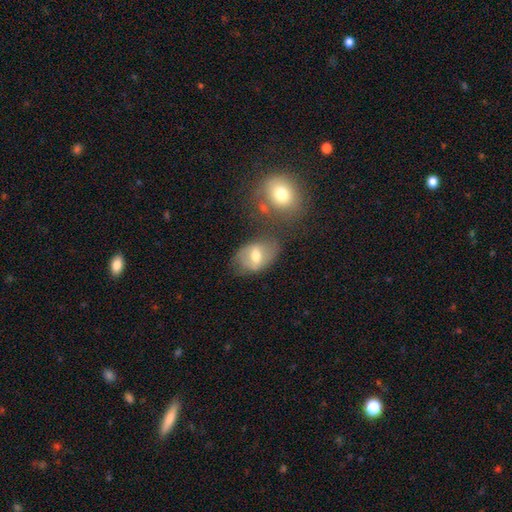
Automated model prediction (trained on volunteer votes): Q: Smooth or featured?
A: smooth (51%); runner-up: featured or disk (40%)
Q: How rounded?
A: in between (79%); runner-up: round (19%)
Q: Merging?
A: none (55%); runner-up: minor disturbance (21%)